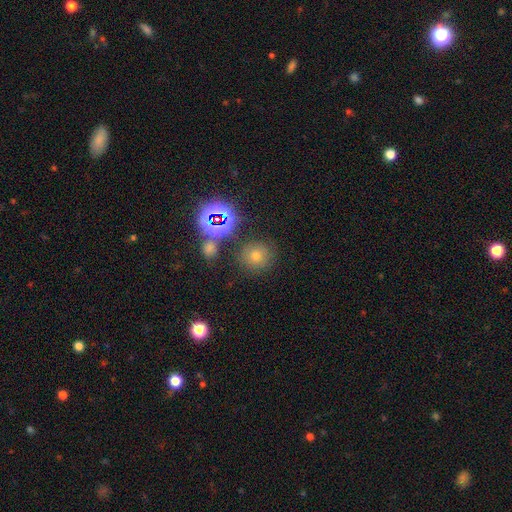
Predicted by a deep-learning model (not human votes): Smooth or featured? smooth (60%)
How rounded? round (90%)
Merging? none (79%)